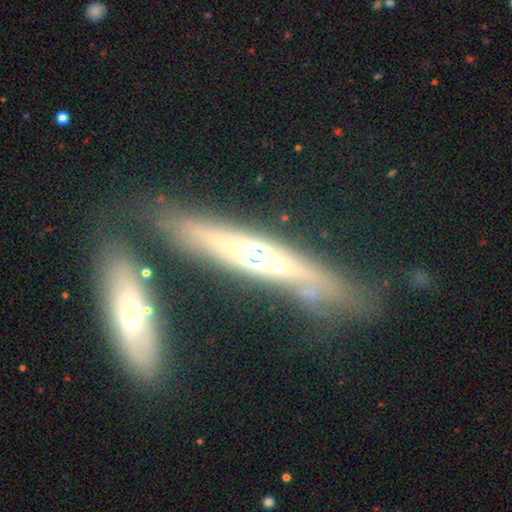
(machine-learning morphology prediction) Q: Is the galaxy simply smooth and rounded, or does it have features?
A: featured or disk — 67%.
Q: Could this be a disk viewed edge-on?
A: yes — 80%.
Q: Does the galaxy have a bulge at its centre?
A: rounded — 71%.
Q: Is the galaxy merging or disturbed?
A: none — 65%.